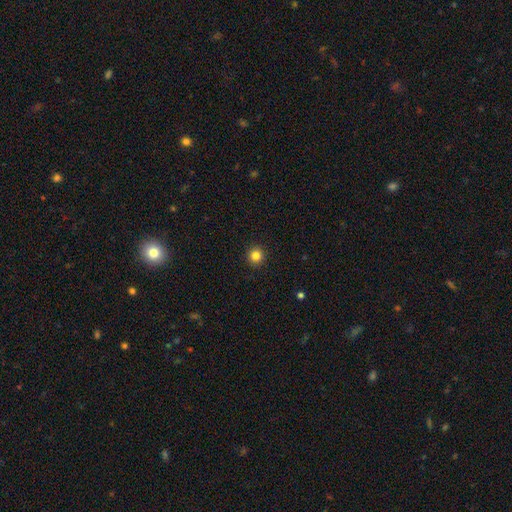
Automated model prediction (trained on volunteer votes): smooth-or-featured: smooth: 83% | star or artifact: 12% | featured or disk: 5%
  how-rounded: round: 95% | in between: 4% | cigar-shaped: 1%
  merging: none: 93% | minor disturbance: 5% | major disturbance: 2% | merger: 1%